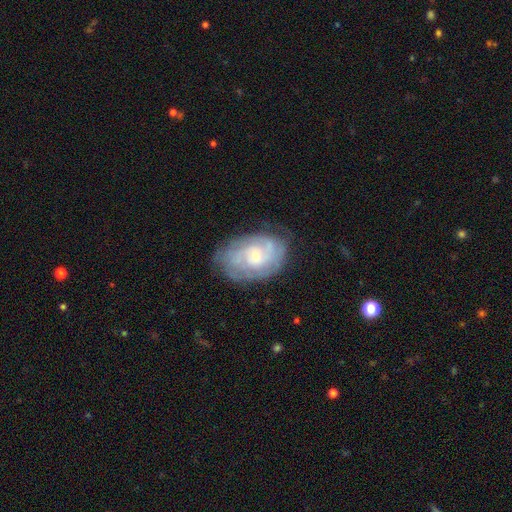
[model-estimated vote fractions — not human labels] Q: Smooth or featured?
A: featured or disk (78%); runner-up: smooth (16%)
Q: Edge-on disk?
A: no (96%); runner-up: yes (4%)
Q: Bar?
A: no (72%); runner-up: weak (23%)
Q: Spiral arms?
A: yes (90%); runner-up: no (10%)
Q: Spiral winding?
A: tight (67%); runner-up: medium (26%)
Q: Spiral arm count?
A: can't tell (43%); runner-up: 2 (23%)
Q: Bulge size?
A: small (57%); runner-up: moderate (39%)
Q: Merging?
A: none (73%); runner-up: minor disturbance (19%)